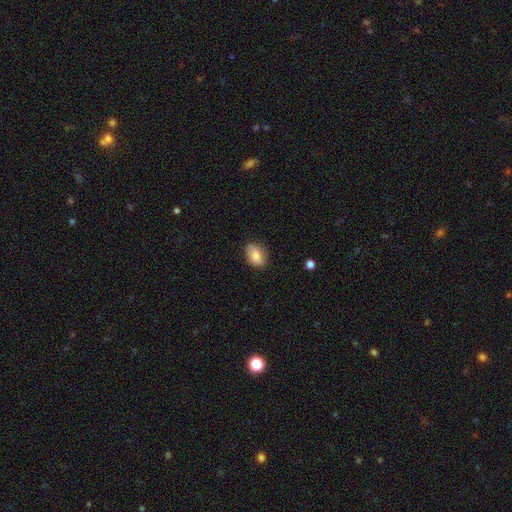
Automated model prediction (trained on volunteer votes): Smooth or featured?
  - smooth: 82% *
  - featured or disk: 11%
  - star or artifact: 8%
How rounded?
  - in between: 77% *
  - round: 22%
  - cigar-shaped: 1%
Merging?
  - none: 82% *
  - minor disturbance: 14%
  - major disturbance: 3%
  - merger: 1%